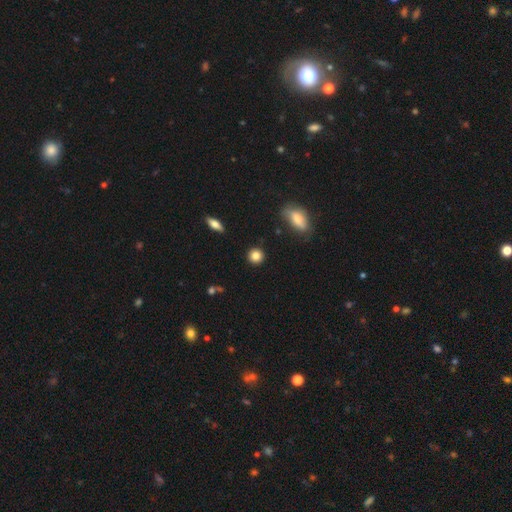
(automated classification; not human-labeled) This is clearly a smooth galaxy (85%). How rounded: clearly round (90%). Merging: clearly none (89%).